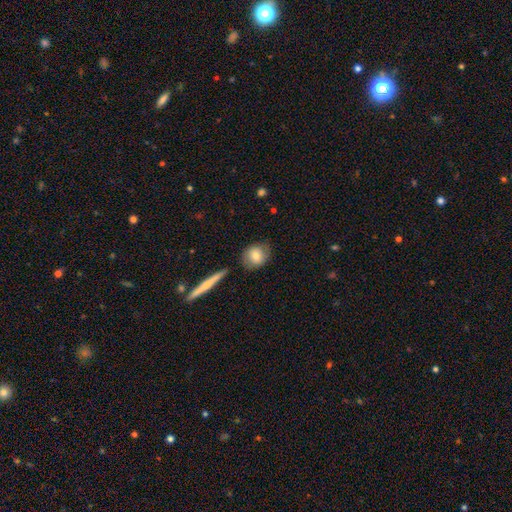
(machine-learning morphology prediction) Smooth or featured?
  - smooth: 70% *
  - featured or disk: 23%
  - star or artifact: 7%
How rounded?
  - round: 67% *
  - in between: 31%
  - cigar-shaped: 3%
Merging?
  - none: 75% *
  - minor disturbance: 16%
  - major disturbance: 5%
  - merger: 4%